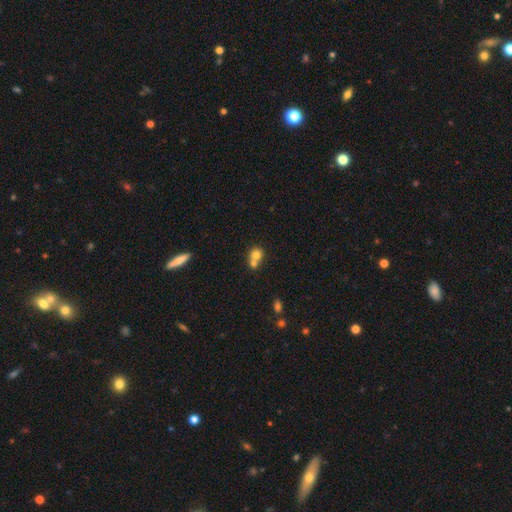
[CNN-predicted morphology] This is likely a smooth galaxy (74%). How rounded: likely round (77%). Merging: likely merger (61%).